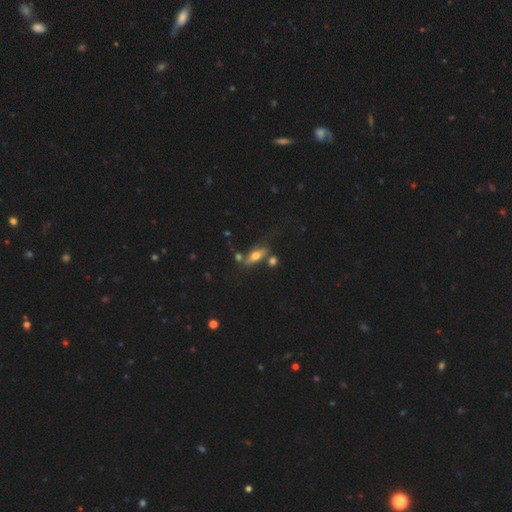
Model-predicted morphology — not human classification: smooth-or-featured: smooth: 48% | featured or disk: 44% | star or artifact: 8%
  merging: none: 59% | merger: 17% | minor disturbance: 17% | major disturbance: 8%